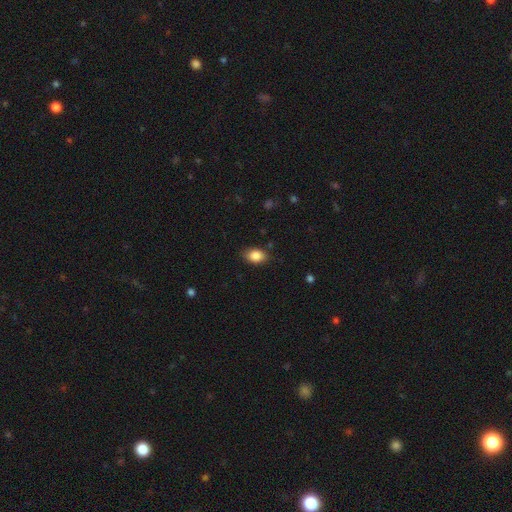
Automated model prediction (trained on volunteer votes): The model was most divided on "how rounded": in between: 81%, round: 18%, cigar-shaped: 1%. More confident: smooth or featured — smooth (86%); merging — none (82%).